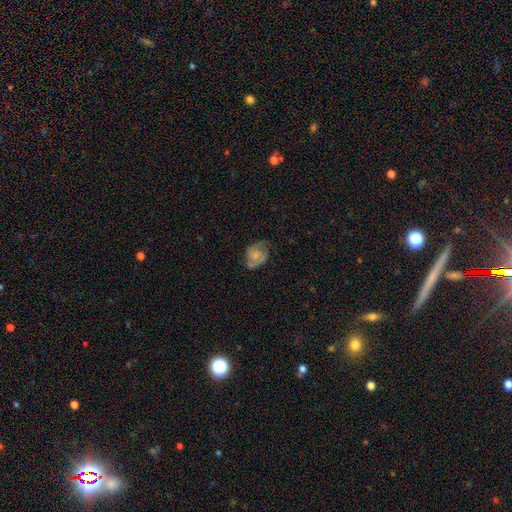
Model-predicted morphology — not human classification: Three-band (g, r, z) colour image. It shows a featured or disk galaxy (59%) with no bar (67%), spiral arms (85%) and a small central bulge (46%). Merging: none (52%).